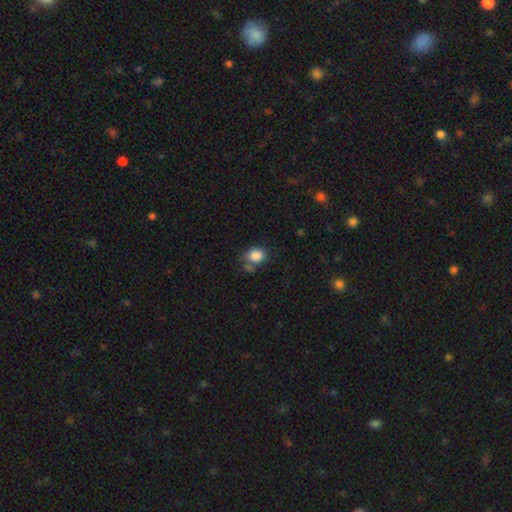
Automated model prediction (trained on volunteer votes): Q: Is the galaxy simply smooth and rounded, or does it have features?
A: smooth — 85%.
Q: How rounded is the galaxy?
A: in between — 60%.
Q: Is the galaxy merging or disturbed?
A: none — 53%.